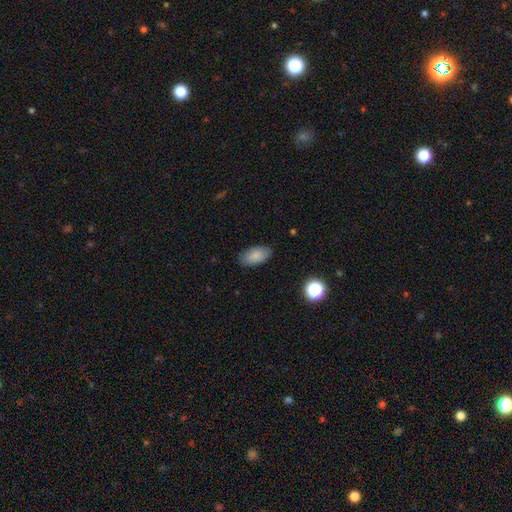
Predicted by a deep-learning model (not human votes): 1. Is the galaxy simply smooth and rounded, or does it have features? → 82% smooth, 10% featured or disk, 8% star or artifact.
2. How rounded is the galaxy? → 93% in between, 4% round, 3% cigar-shaped.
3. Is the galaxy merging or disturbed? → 82% none, 14% minor disturbance, 3% major disturbance, 1% merger.